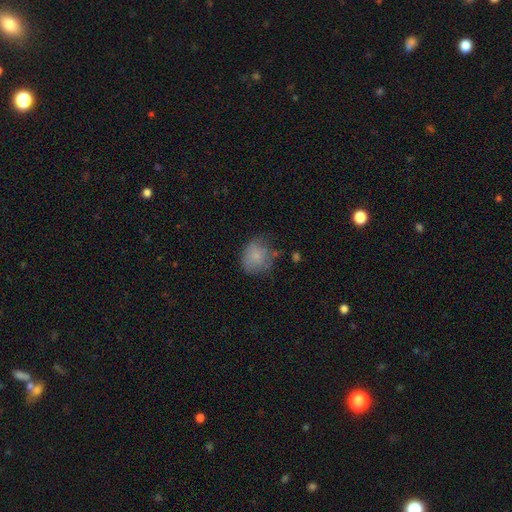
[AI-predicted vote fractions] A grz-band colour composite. It shows a smooth galaxy with no disk features (77%) that is round (74%). Merging: none (52%).